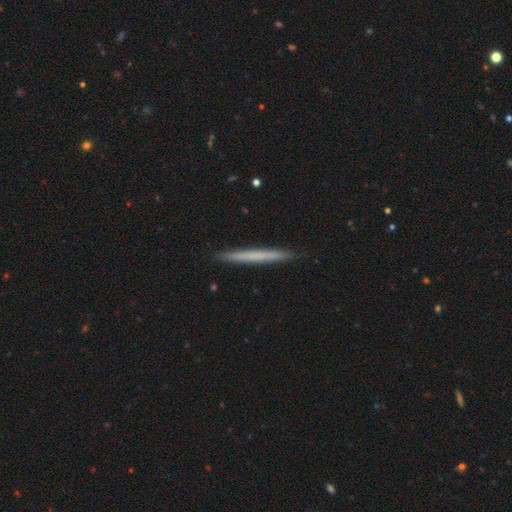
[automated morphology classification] type=smooth (58%); roundness=cigar-shaped (97%); merging=none (92%).